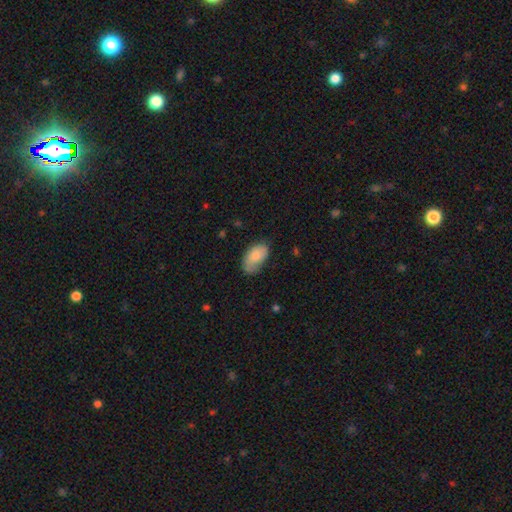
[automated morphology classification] The model was most divided on "merging": none: 54%, minor disturbance: 33%, major disturbance: 11%, merger: 3%. More confident: how rounded — in between (94%); smooth or featured — smooth (80%).